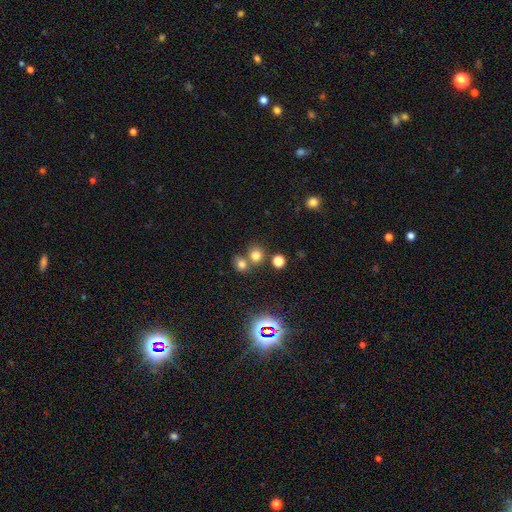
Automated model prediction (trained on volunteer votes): This appears to be a smooth galaxy with no disk features (73%) that is round (83%). Merging: none (59%).